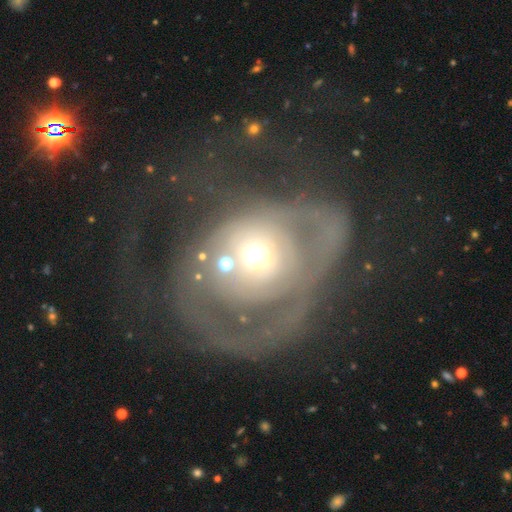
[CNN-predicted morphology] The model was most divided on "bulge size": moderate: 50%, small: 38%, large: 8%, dominant: 2%, none: 2%. More confident: edge-on disk — no (96%); bar — no (80%); smooth or featured — featured or disk (69%); spiral arms — yes (58%); merging — major disturbance (55%).